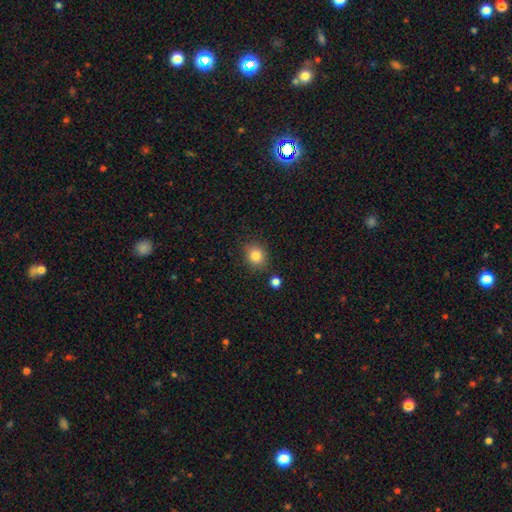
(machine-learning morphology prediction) The model was most divided on "how rounded": round: 72%, in between: 27%, cigar-shaped: 1%. More confident: smooth or featured — smooth (84%); merging — none (83%).